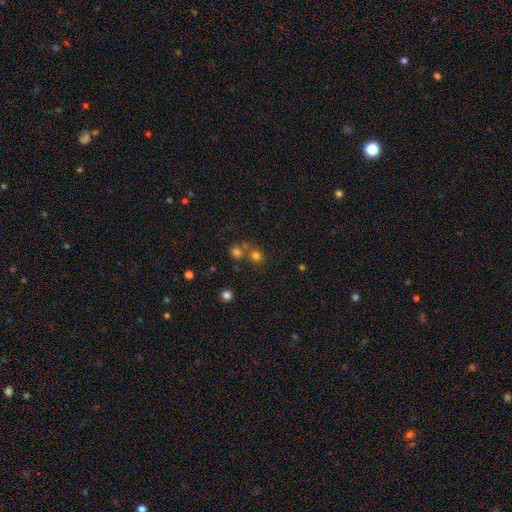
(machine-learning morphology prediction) This appears to be a smooth galaxy with no disk features (71%) that is round (85%). Merging: none (58%).